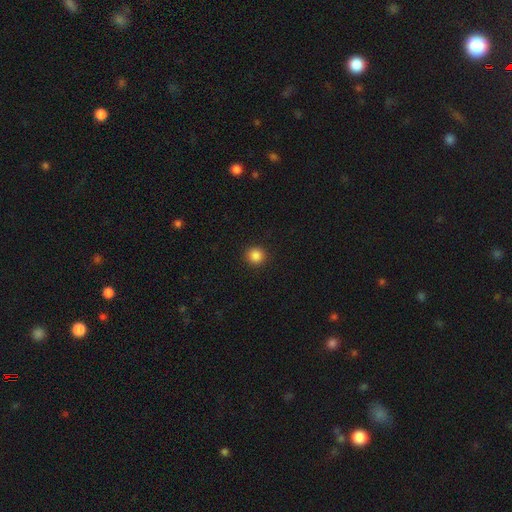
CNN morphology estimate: Smooth or featured: smooth — 86% (star or artifact — 11%)
How rounded: round — 94% (in between — 5%)
Merging: none — 92% (minor disturbance — 5%)